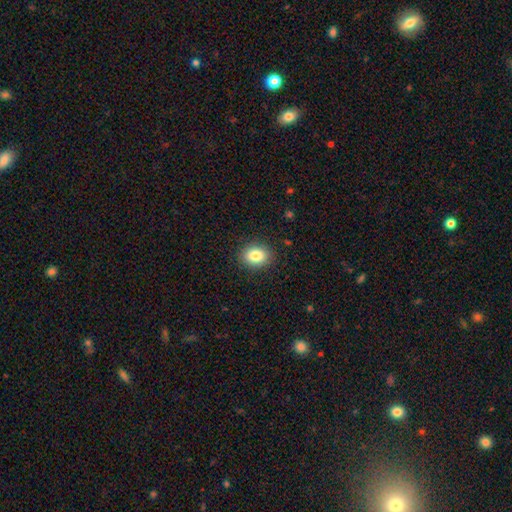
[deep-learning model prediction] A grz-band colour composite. It shows a smooth galaxy with no disk features (84%) that is in between round and cigar-shaped (51%). Merging: none (89%).